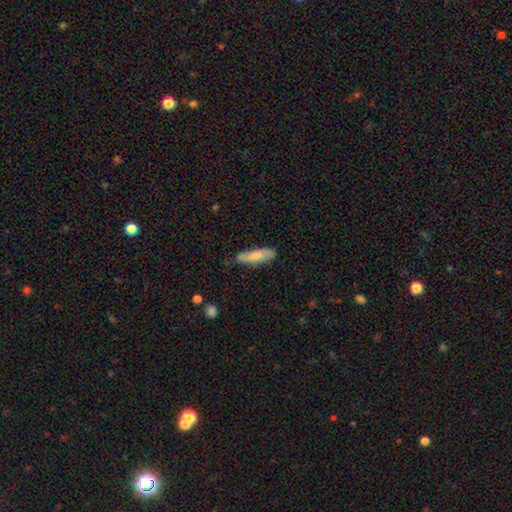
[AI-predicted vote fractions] A smooth galaxy with no disk features (72%) that is cigar-shaped (59%). Merging: none (74%).